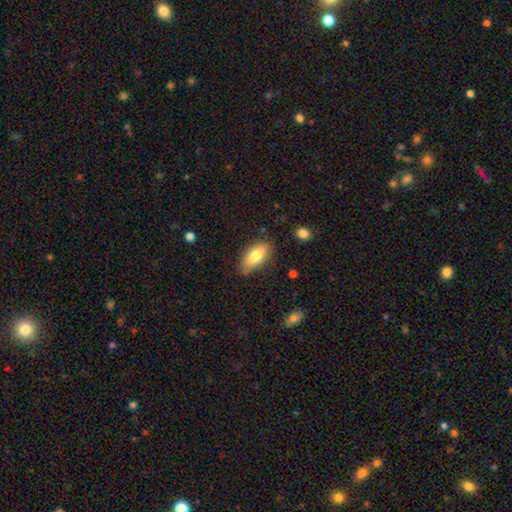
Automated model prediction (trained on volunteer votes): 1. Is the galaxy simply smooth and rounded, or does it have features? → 76% smooth, 17% featured or disk, 7% star or artifact.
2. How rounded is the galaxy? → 88% in between, 9% cigar-shaped, 3% round.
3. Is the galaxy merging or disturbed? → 77% none, 18% minor disturbance, 3% major disturbance, 2% merger.